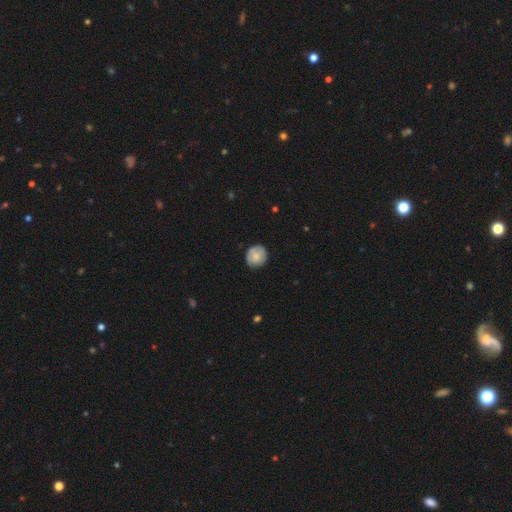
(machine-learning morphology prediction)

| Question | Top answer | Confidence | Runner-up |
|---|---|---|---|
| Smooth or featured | smooth | 74% | featured or disk (19%) |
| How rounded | round | 85% | in between (14%) |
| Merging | none | 77% | minor disturbance (18%) |